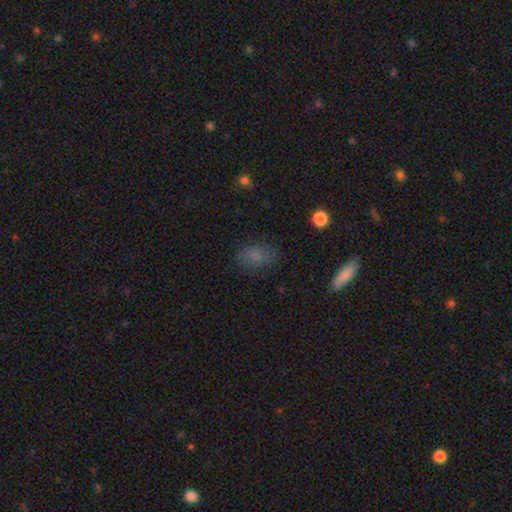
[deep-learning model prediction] This appears to be a smooth galaxy with no disk features (76%) that is in between round and cigar-shaped (84%). Merging: none (77%).